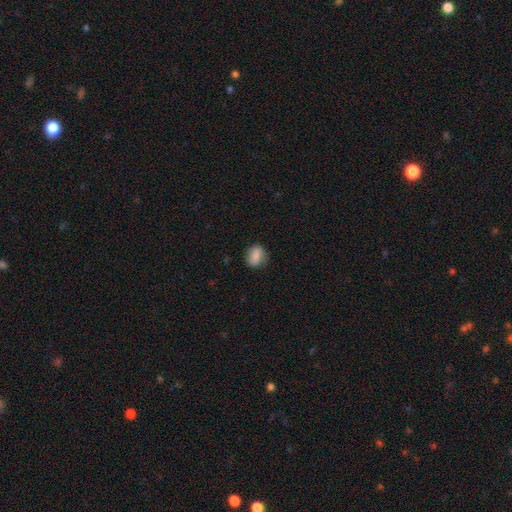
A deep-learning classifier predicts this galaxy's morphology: This appears to be a smooth galaxy with no disk features (83%) that is round (50%). Merging: none (81%).